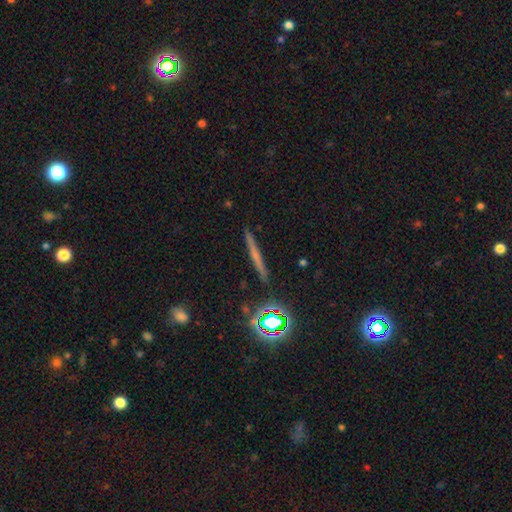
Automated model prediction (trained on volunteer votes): featured or disk 41% (tied), smooth 41% (tied), star or artifact 18%. Down the decision tree: merging — none (90%).